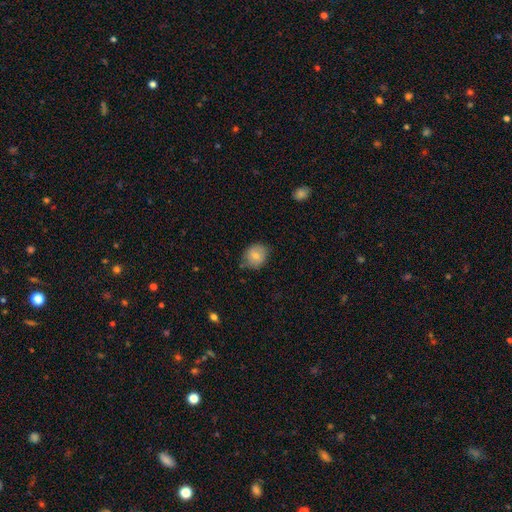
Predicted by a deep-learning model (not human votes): This is likely a smooth galaxy (76%). How rounded: likely round (72%). Merging: likely none (76%).